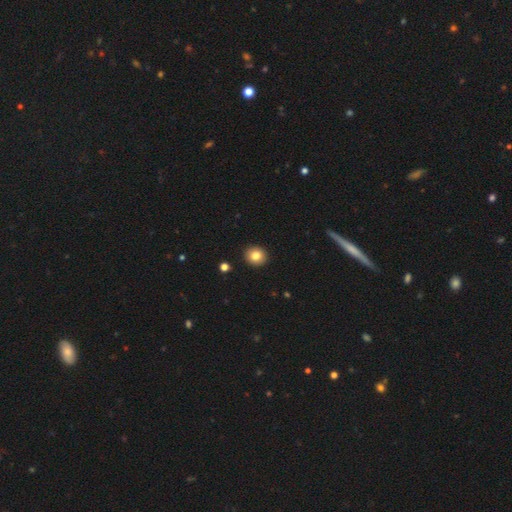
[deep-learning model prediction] Overall: smooth (82%). How rounded: round (81%). Merging: none (92%).